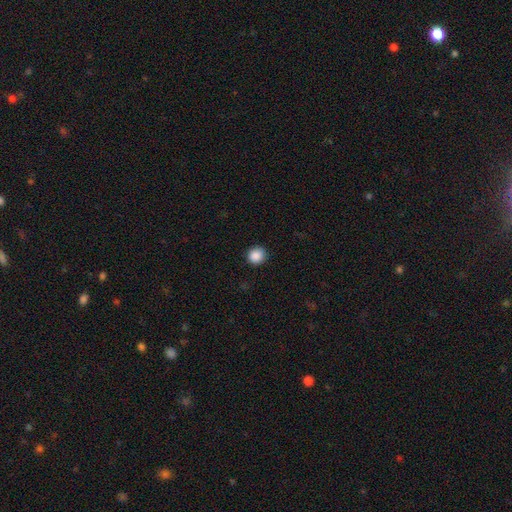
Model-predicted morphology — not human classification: Overall: smooth (89%). How rounded: round (91%). Merging: none (92%).